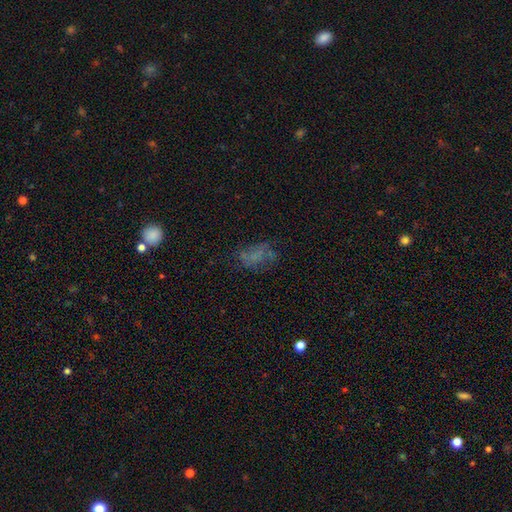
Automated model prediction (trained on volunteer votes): smooth_or_featured: smooth (p=0.45) [alt: featured or disk p=0.32]
merging: none (p=0.50) [alt: major disturbance p=0.24]